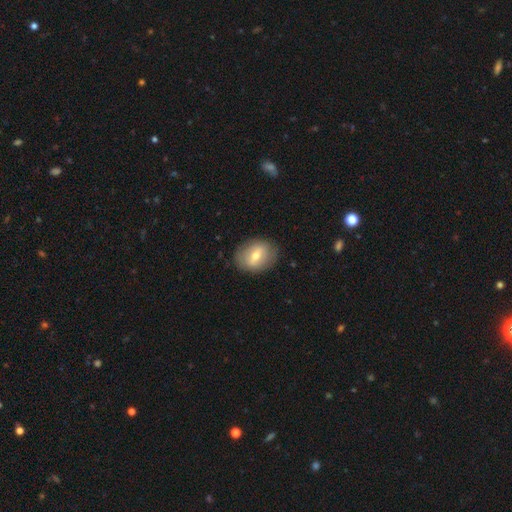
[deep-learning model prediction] Q: Smooth or featured?
A: smooth (54%); runner-up: featured or disk (39%)
Q: How rounded?
A: in between (58%); runner-up: round (40%)
Q: Merging?
A: none (82%); runner-up: minor disturbance (13%)